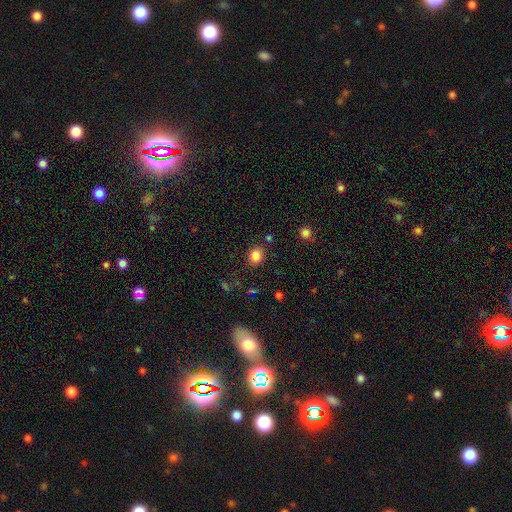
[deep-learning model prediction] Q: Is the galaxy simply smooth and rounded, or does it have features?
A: smooth — 84%.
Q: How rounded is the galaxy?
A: round — 58%.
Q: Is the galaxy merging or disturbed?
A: none — 83%.